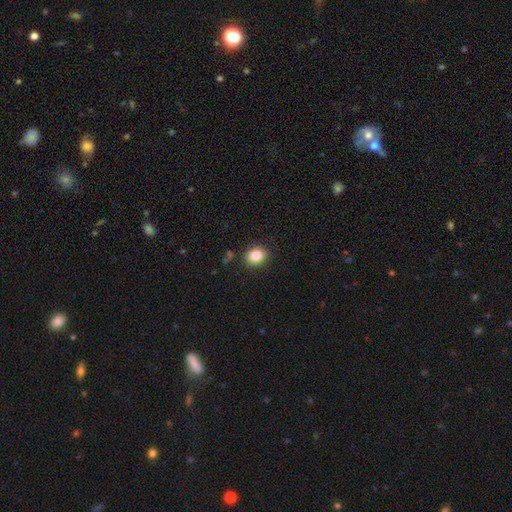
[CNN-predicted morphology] This is clearly a smooth galaxy (85%). How rounded: likely round (64%). Merging: clearly none (88%).